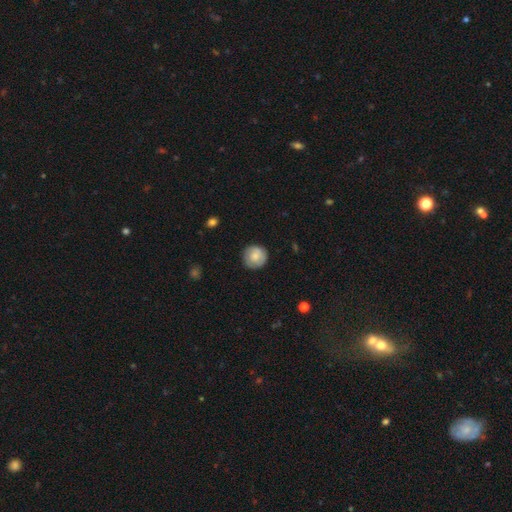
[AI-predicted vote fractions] A smooth galaxy with no disk features (77%) that is round (93%).

Vote fractions:
- Smooth or featured? smooth: 77% / featured or disk: 16% / star or artifact: 7%
- How rounded? round: 93% / in between: 6% / cigar-shaped: 1%
- Merging? none: 83% / minor disturbance: 13% / major disturbance: 3% / merger: 1%